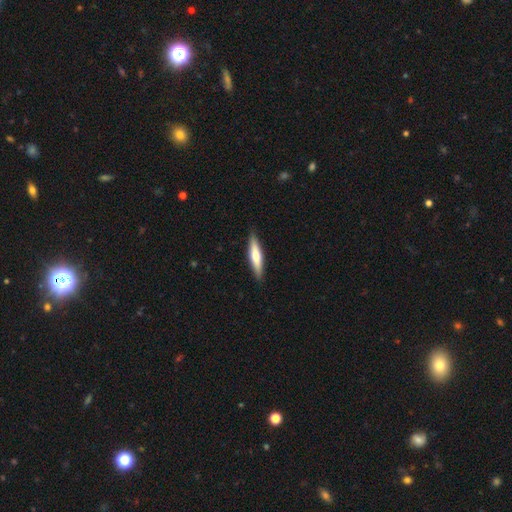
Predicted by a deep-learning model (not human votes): This appears to be a smooth galaxy with no disk features (56%) that is cigar-shaped (83%). Merging: none (88%).